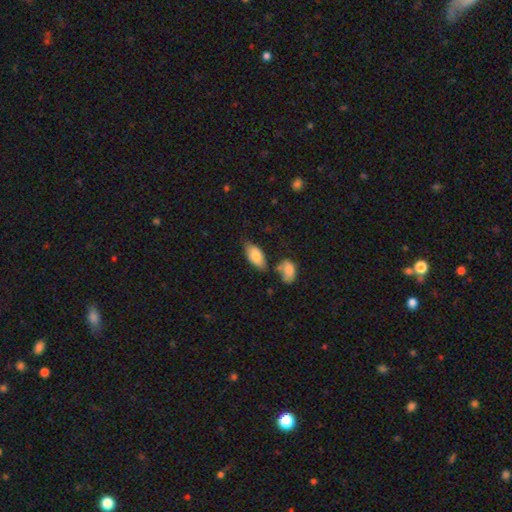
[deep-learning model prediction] Smooth or featured? smooth (82%)
How rounded? in between (90%)
Merging? none (64%)